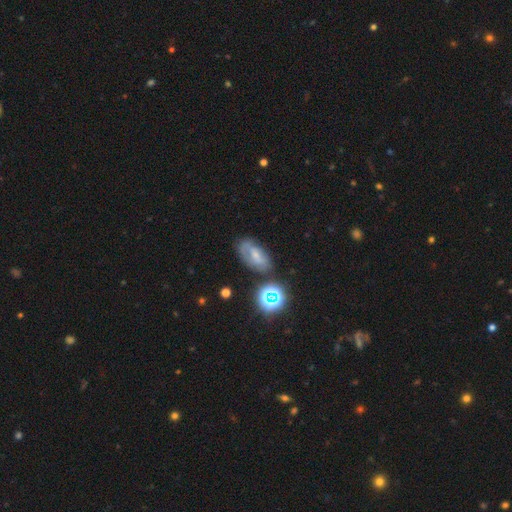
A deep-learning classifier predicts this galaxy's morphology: Smooth or featured? Predicted: featured or disk (p=0.43). Merging? Predicted: none (p=0.62).